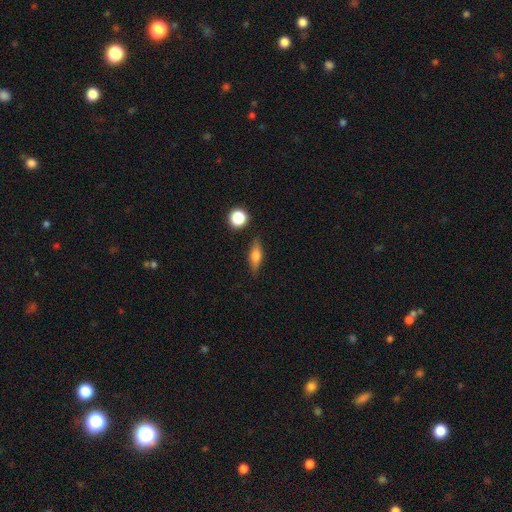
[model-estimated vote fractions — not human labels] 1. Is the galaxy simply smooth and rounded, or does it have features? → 53% smooth, 38% featured or disk, 9% star or artifact.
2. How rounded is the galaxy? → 52% in between, 39% cigar-shaped, 9% round.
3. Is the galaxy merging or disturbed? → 84% none, 11% minor disturbance, 3% major disturbance, 2% merger.